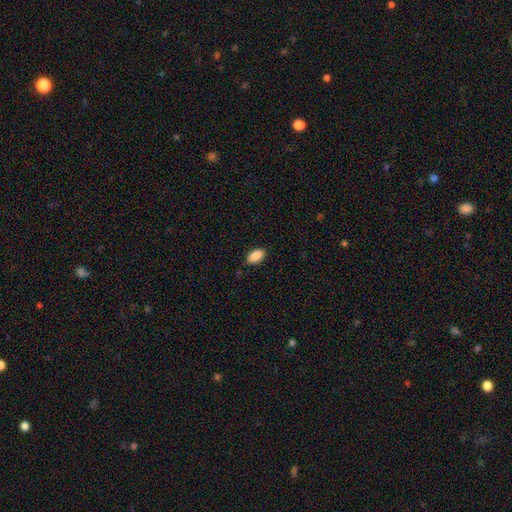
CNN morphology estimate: A smooth galaxy with no disk features (89%) that is in between round and cigar-shaped (93%).

Vote fractions:
- Smooth or featured? smooth: 89% / star or artifact: 7% / featured or disk: 4%
- How rounded? in between: 93% / round: 4% / cigar-shaped: 3%
- Merging? none: 85% / minor disturbance: 11% / major disturbance: 2% / merger: 1%